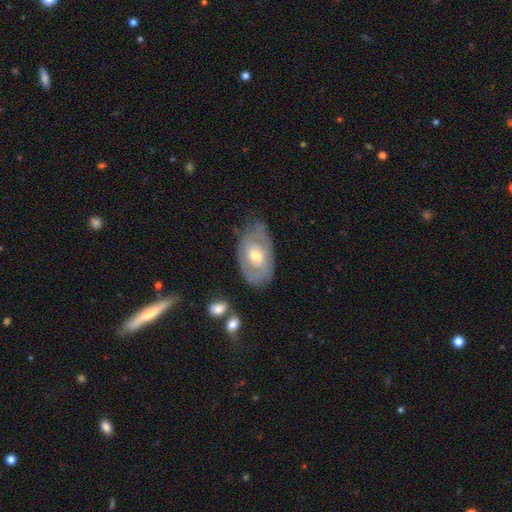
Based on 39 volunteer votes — Q: Smooth or featured?
A: featured or disk (64%); runner-up: smooth (33%)
Q: Edge-on disk?
A: no (88%); runner-up: yes (12%)
Q: Bar?
A: weak (45%); tied with: no (45%)
Q: Spiral arms?
A: no (68%); runner-up: yes (32%)
Q: Bulge size?
A: moderate (68%); runner-up: small (32%)
Q: Merging?
A: none (68%); runner-up: minor disturbance (29%)